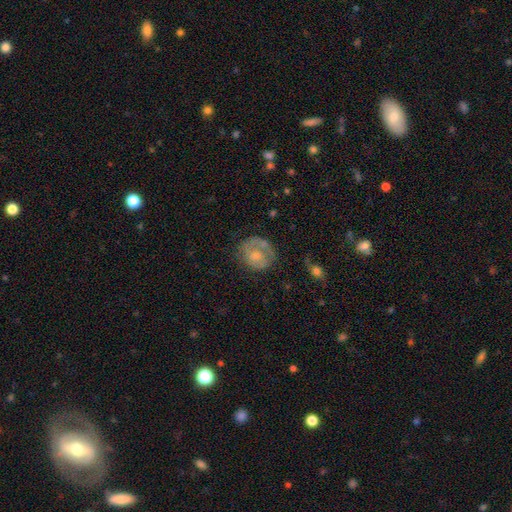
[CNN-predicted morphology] Overall: smooth (47%; featured or disk 45%). Merging: none (56%; minor disturbance 25%).